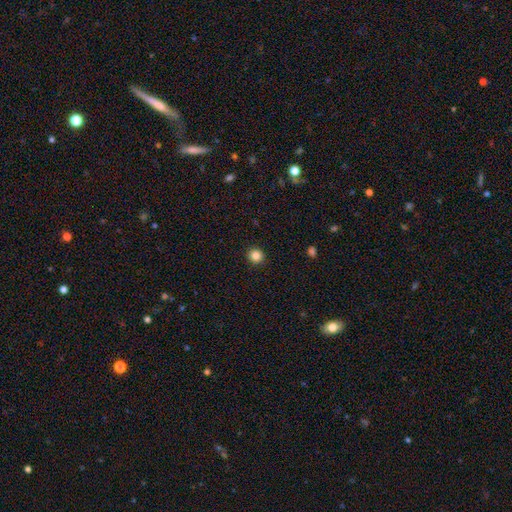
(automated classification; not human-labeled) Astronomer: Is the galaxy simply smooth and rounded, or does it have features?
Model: smooth — 85%.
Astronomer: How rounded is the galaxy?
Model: round — 90%.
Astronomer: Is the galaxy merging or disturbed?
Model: none — 92%.